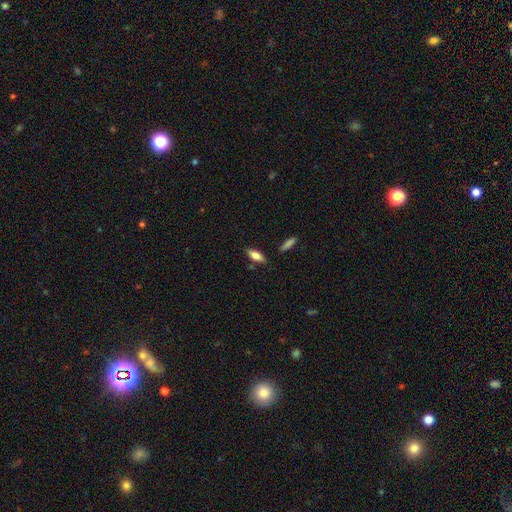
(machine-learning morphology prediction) A smooth galaxy with no disk features (74%) that is in between round and cigar-shaped (71%). Merging: none (82%).